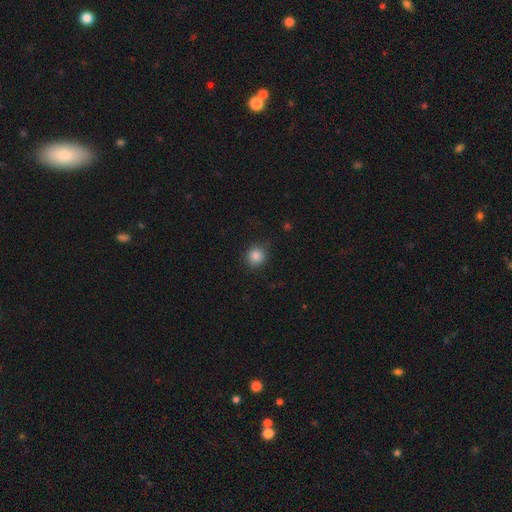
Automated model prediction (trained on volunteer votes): Q: Smooth or featured?
A: smooth (86%); runner-up: star or artifact (11%)
Q: How rounded?
A: round (90%); runner-up: in between (9%)
Q: Merging?
A: none (87%); runner-up: minor disturbance (9%)